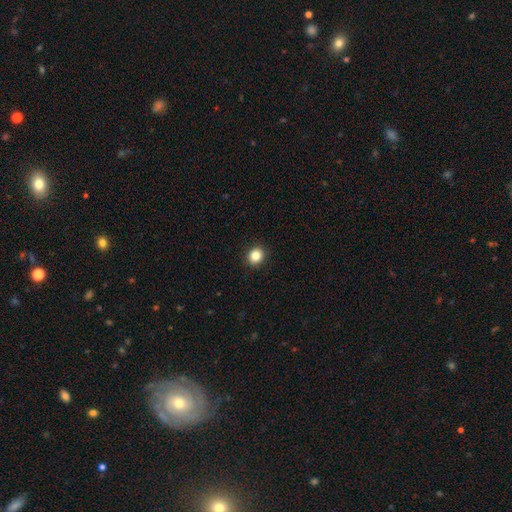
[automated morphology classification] Overall: smooth (85%). How rounded: round (77%). Merging: none (92%).